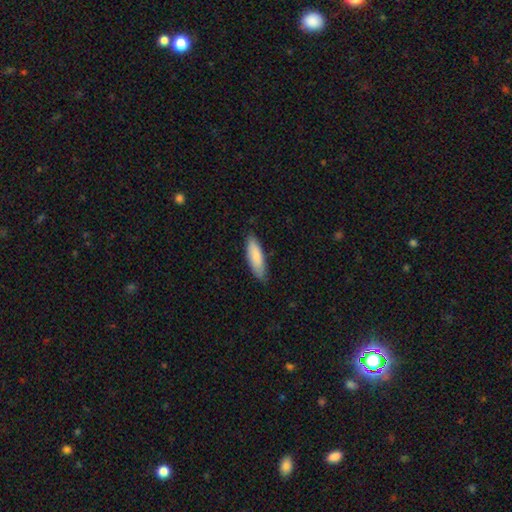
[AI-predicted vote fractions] A smooth galaxy with no disk features (85%) that is in between round and cigar-shaped (50%).

Vote fractions:
- Smooth or featured? smooth: 85% / featured or disk: 10% / star or artifact: 5%
- How rounded? in between: 50% / cigar-shaped: 48% / round: 1%
- Merging? none: 81% / minor disturbance: 16% / major disturbance: 2% / merger: 1%